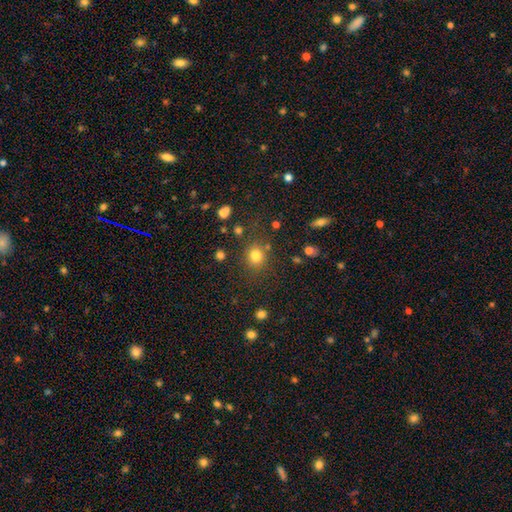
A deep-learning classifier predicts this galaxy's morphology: smooth-or-featured: smooth: 79% | star or artifact: 14% | featured or disk: 7%
  how-rounded: round: 79% | in between: 20% | cigar-shaped: 1%
  merging: none: 76% | minor disturbance: 12% | merger: 6% | major disturbance: 6%